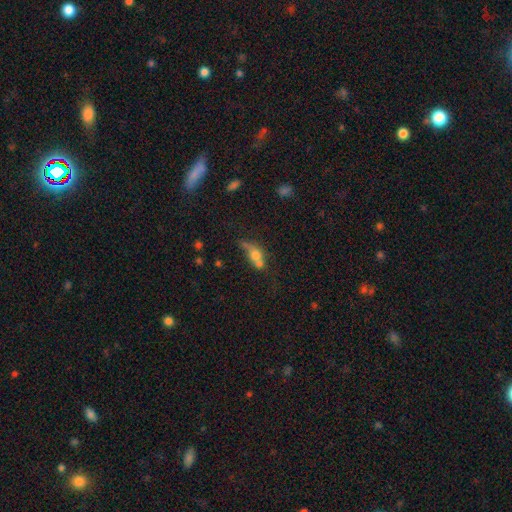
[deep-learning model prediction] Q: Smooth or featured?
A: smooth (61%); runner-up: featured or disk (27%)
Q: How rounded?
A: in between (55%); runner-up: round (32%)
Q: Merging?
A: merger (48%); runner-up: none (25%)